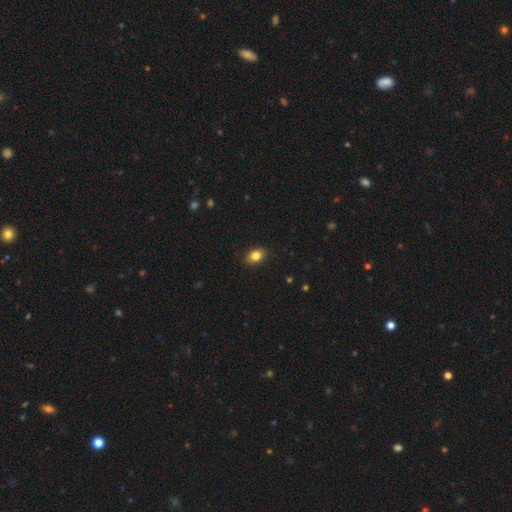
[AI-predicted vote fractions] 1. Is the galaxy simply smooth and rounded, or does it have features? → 83% smooth, 10% star or artifact, 7% featured or disk.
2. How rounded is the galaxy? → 73% in between, 26% round, 1% cigar-shaped.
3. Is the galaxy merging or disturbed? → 89% none, 9% minor disturbance, 2% major disturbance, 1% merger.